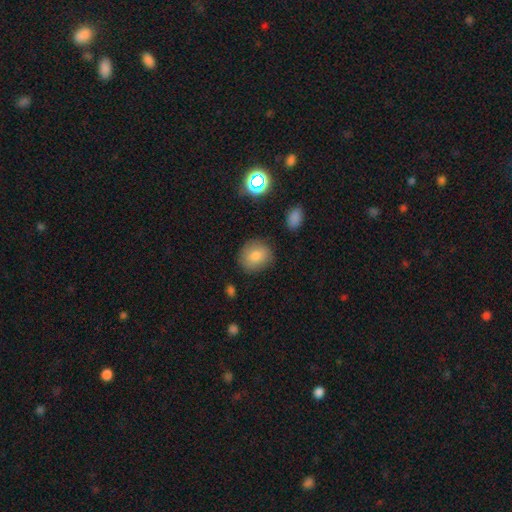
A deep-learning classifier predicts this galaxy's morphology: smooth 83%, star or artifact 10%, featured or disk 8%. Down the decision tree: how rounded — round (76%); merging — none (84%).